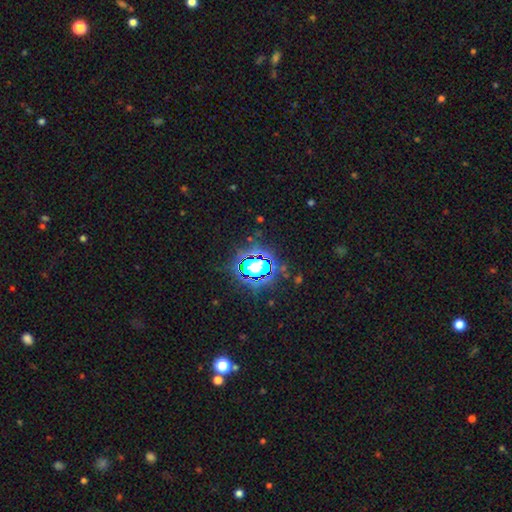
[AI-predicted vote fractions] Smooth or featured?
  - star or artifact: 82% *
  - smooth: 11%
  - featured or disk: 7%